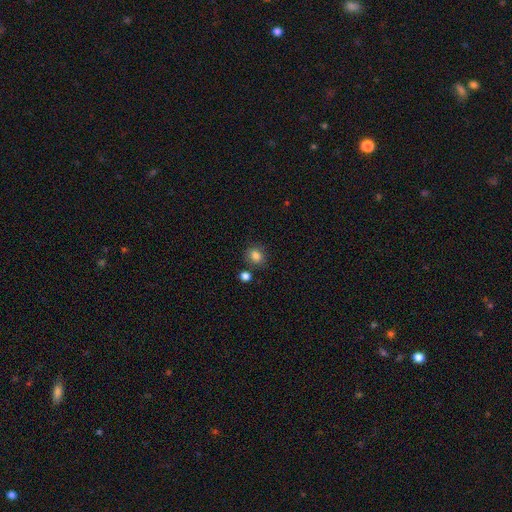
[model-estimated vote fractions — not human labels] smooth-or-featured: smooth: 83% | star or artifact: 11% | featured or disk: 5%
  how-rounded: round: 65% | in between: 34% | cigar-shaped: 1%
  merging: none: 78% | minor disturbance: 12% | merger: 7% | major disturbance: 3%